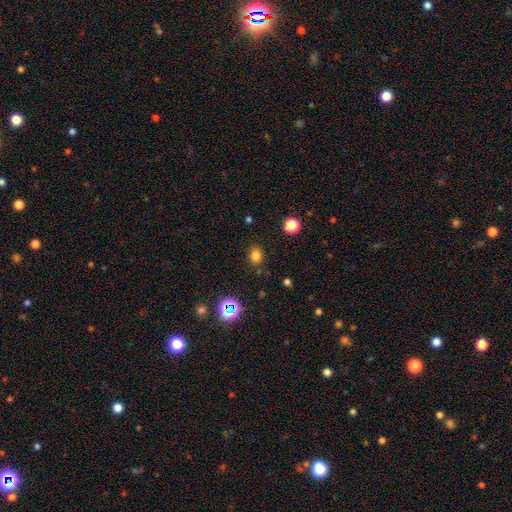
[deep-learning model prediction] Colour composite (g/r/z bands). It shows a smooth galaxy with no disk features (77%) that is round (55%). Merging: none (85%).